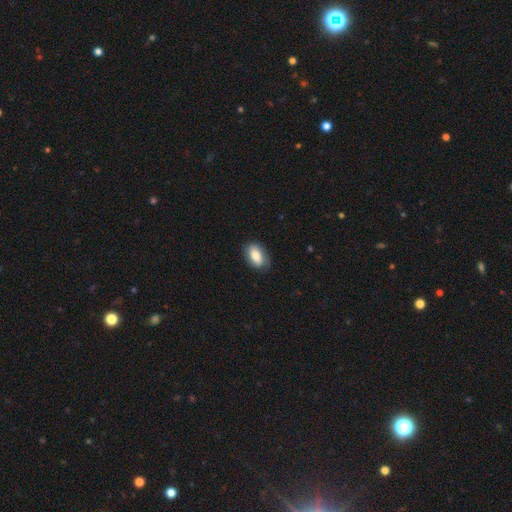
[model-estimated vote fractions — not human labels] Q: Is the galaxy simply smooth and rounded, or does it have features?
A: smooth — 75%.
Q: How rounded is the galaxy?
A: in between — 91%.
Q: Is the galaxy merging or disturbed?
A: none — 75%.